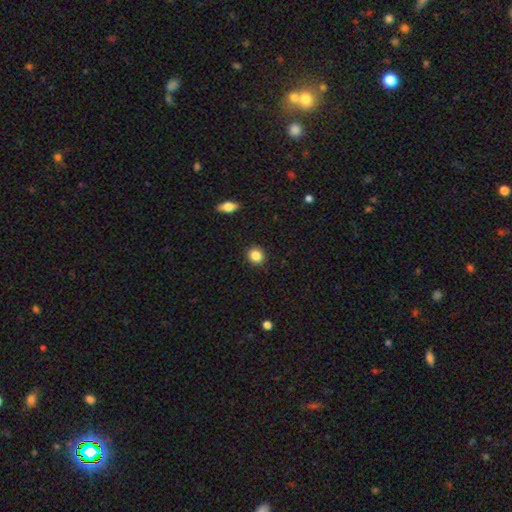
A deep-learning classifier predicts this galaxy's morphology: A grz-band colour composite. It shows a smooth galaxy with no disk features (85%) that is round (89%). Merging: none (92%).